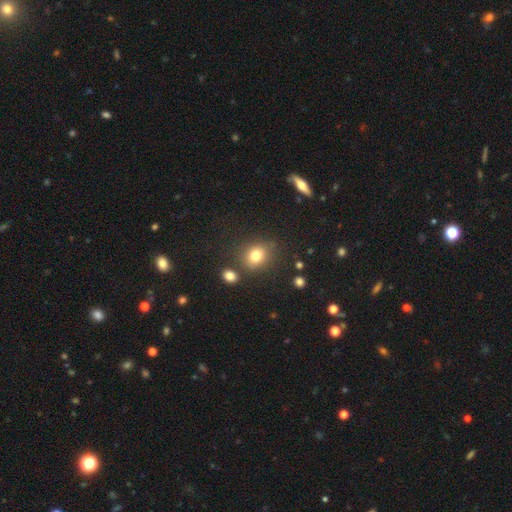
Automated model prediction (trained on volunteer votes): smooth-or-featured: smooth: 79% | star or artifact: 13% | featured or disk: 8%
  how-rounded: round: 65% | in between: 34% | cigar-shaped: 1%
  merging: none: 76% | minor disturbance: 11% | merger: 9% | major disturbance: 4%